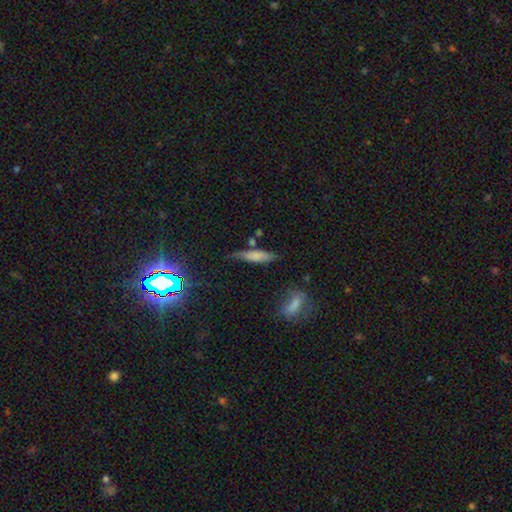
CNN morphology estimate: This appears to be a smooth galaxy with no disk features (70%) that is cigar-shaped (70%). Merging: none (62%).